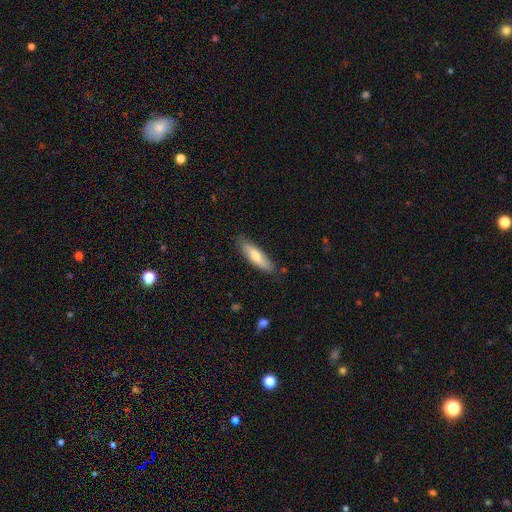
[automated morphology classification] type=smooth (67%); roundness=cigar-shaped (62%); merging=none (83%).